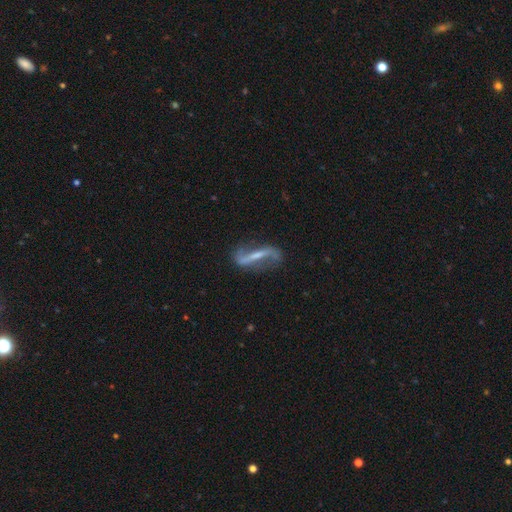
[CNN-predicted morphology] Smooth or featured: featured or disk — 81% (smooth — 12%)
Edge-on disk: no — 81% (yes — 19%)
Bar: strong — 65% (weak — 23%)
Spiral arms: yes — 87% (no — 13%)
Spiral winding: loose — 76% (medium — 17%)
Spiral arm count: 2 — 89% (can't tell — 4%)
Bulge size: small — 49% (moderate — 24%)
Merging: none — 71% (minor disturbance — 17%)